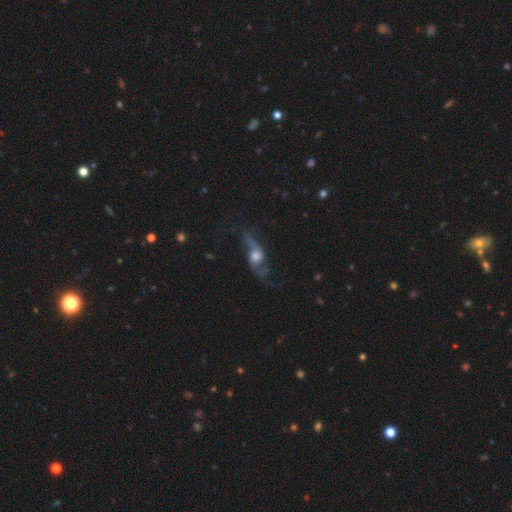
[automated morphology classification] Smooth or featured? featured or disk (61%)
Edge-on disk? no (70%)
Merging? none (42%)